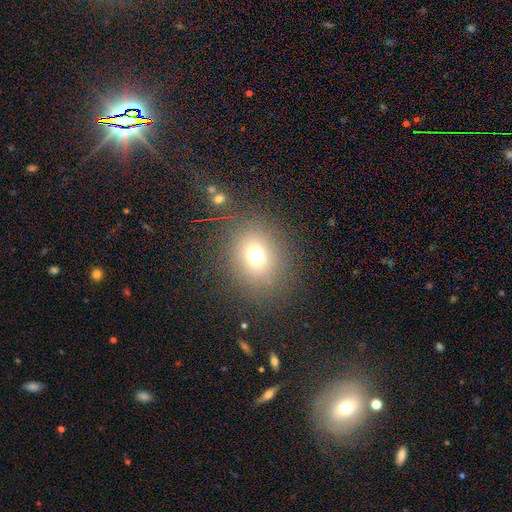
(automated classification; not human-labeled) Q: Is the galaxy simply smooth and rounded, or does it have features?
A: smooth — 71%.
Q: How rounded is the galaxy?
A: round — 70%.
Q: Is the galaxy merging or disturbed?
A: none — 83%.